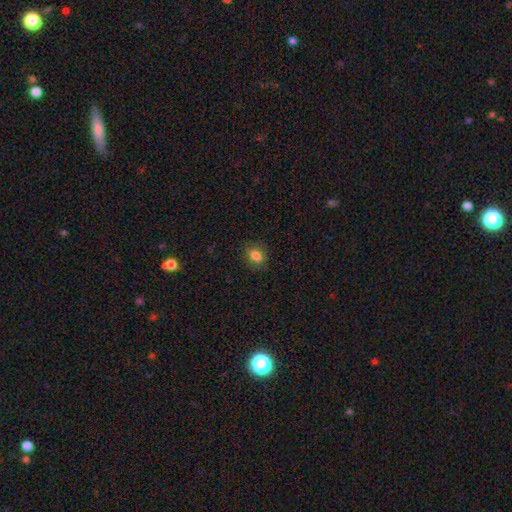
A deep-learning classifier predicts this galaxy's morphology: This appears to be a smooth galaxy with no disk features (82%) that is in between round and cigar-shaped (56%). Merging: none (82%).